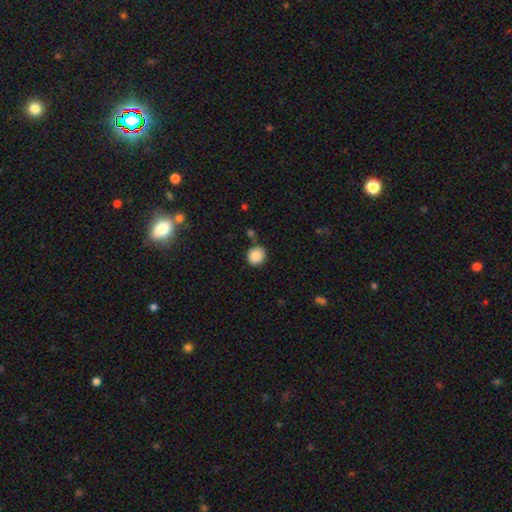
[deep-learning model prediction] A smooth galaxy with no disk features (88%) that is round (83%). Merging: none (78%).